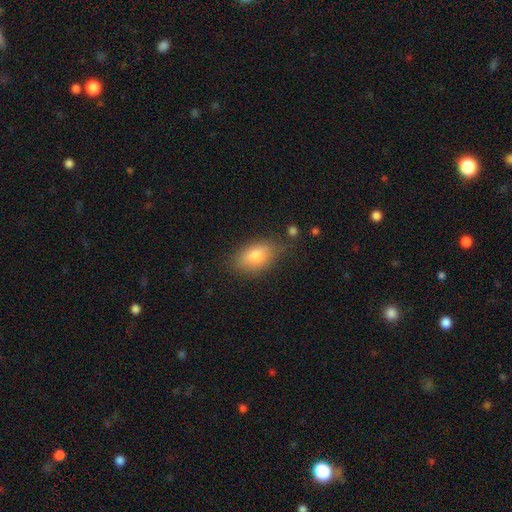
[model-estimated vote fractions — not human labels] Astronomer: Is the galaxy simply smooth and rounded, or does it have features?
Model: smooth — 77%.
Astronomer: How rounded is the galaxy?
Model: in between — 87%.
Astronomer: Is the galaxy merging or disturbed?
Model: none — 74%.